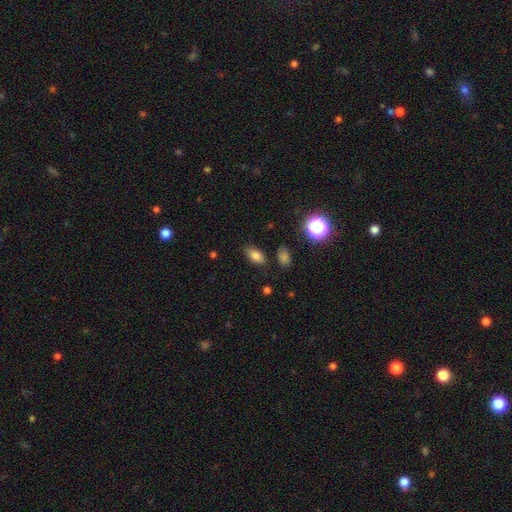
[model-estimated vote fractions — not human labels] smooth-or-featured: smooth: 80% | star or artifact: 12% | featured or disk: 8%
  how-rounded: in between: 88% | round: 7% | cigar-shaped: 4%
  merging: none: 83% | minor disturbance: 11% | major disturbance: 3% | merger: 3%